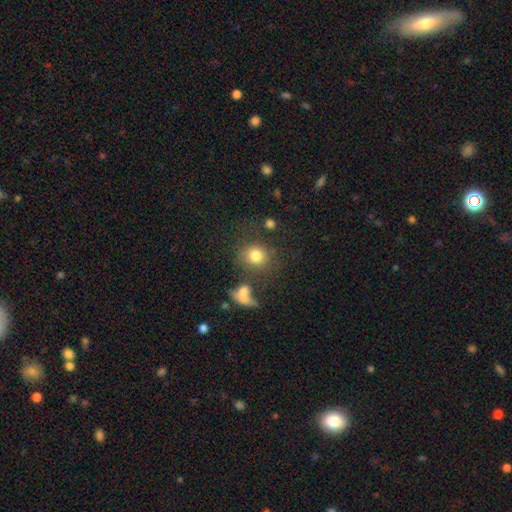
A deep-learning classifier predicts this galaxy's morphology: smooth_or_featured: smooth (p=0.79) [alt: star or artifact p=0.12]
how_rounded: round (p=0.80) [alt: in between p=0.18]
merging: none (p=0.66) [alt: merger p=0.13]